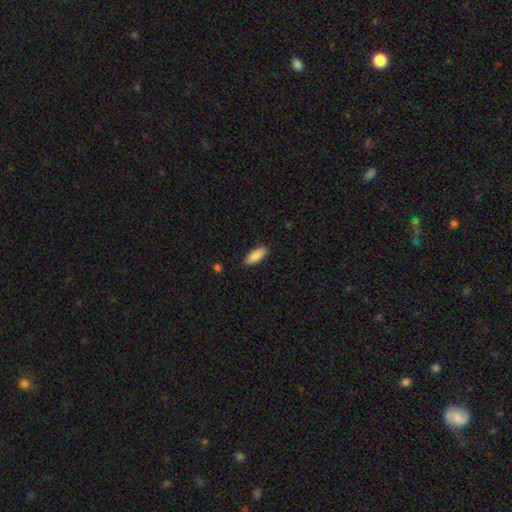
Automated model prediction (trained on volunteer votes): Morphology: type=smooth (88%); roundness=in between (76%); merging=none (88%).